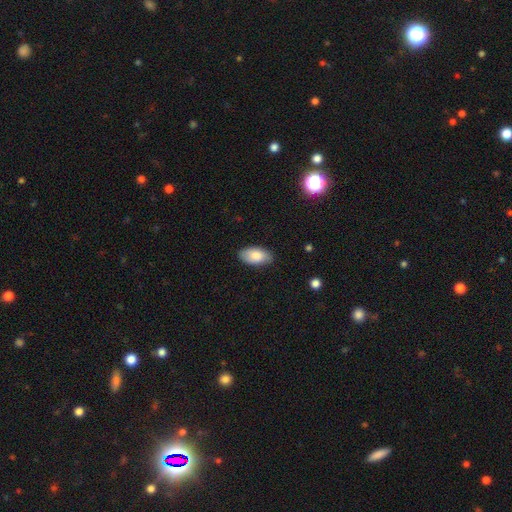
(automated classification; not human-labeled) Smooth or featured? smooth (84%)
How rounded? in between (95%)
Merging? none (84%)